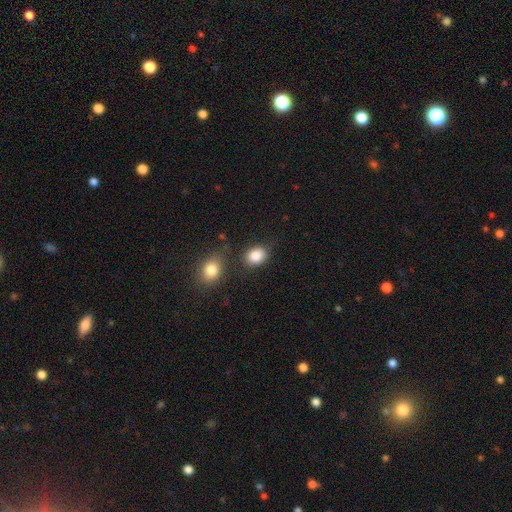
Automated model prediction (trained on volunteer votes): A smooth galaxy with no disk features (86%) that is in between round and cigar-shaped (57%). Merging: none (71%).